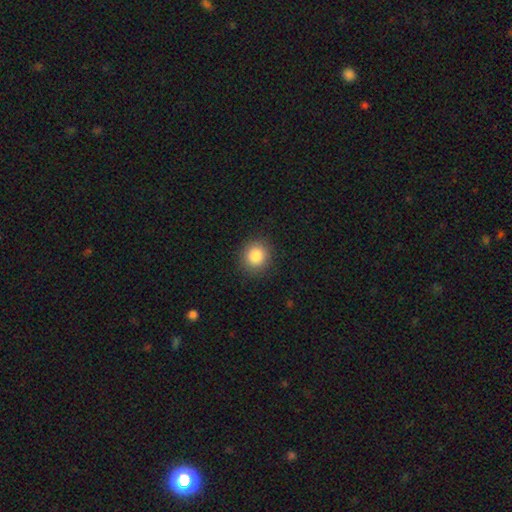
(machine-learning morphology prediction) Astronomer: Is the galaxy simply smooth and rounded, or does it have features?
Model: smooth — 87%.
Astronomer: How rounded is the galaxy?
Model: round — 87%.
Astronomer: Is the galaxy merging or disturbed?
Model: none — 90%.